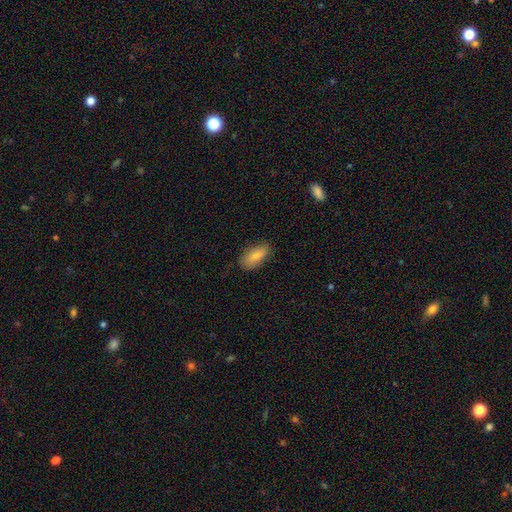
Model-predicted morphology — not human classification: A smooth galaxy with no disk features (78%) that is in between round and cigar-shaped (88%). Merging: none (78%).